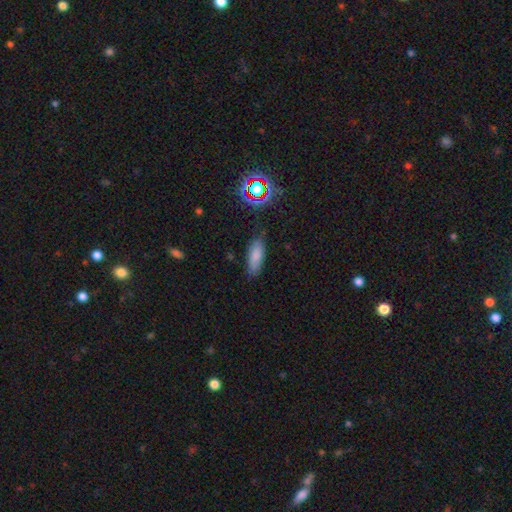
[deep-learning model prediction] Smooth or featured?
  - smooth: 78% *
  - star or artifact: 12%
  - featured or disk: 10%
How rounded?
  - in between: 72% *
  - cigar-shaped: 26%
  - round: 3%
Merging?
  - none: 79% *
  - minor disturbance: 14%
  - major disturbance: 4%
  - merger: 2%